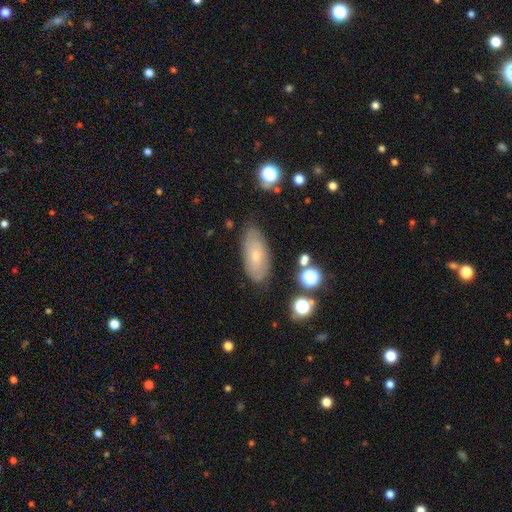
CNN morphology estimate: Smooth or featured?
  - smooth: 50% *
  - featured or disk: 42%
  - star or artifact: 8%
How rounded?
  - in between: 87% *
  - cigar-shaped: 10%
  - round: 3%
Merging?
  - none: 78% *
  - minor disturbance: 16%
  - major disturbance: 4%
  - merger: 2%